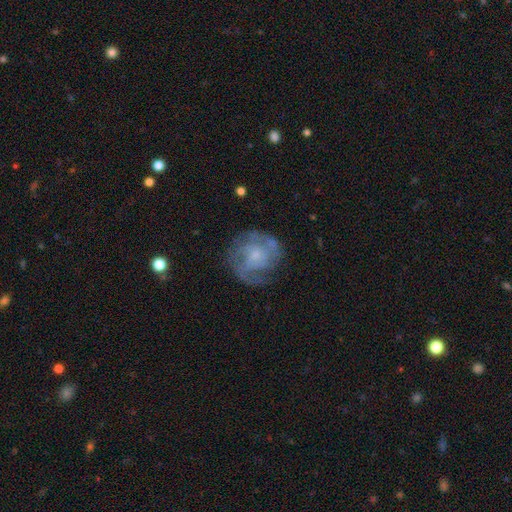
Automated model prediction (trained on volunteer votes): This appears to be a featured or disk galaxy (75%) with no bar (69%), tight (45%) spiral arms (87%) and a small central bulge (53%). Merging: none (69%).